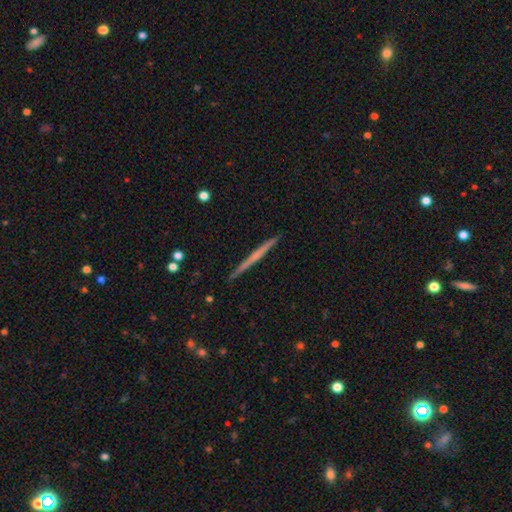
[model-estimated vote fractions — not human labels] A featured or disk galaxy (59%) viewed edge-on (98%) with no central bulge (76%).

Vote fractions:
- Smooth or featured? featured or disk: 59% / smooth: 35% / star or artifact: 6%
- Edge-on disk? yes: 98% / no: 2%
- Edge-on bulge? none: 76% / rounded: 19% / boxy: 5%
- Merging? none: 92% / minor disturbance: 6% / major disturbance: 1% / merger: 1%